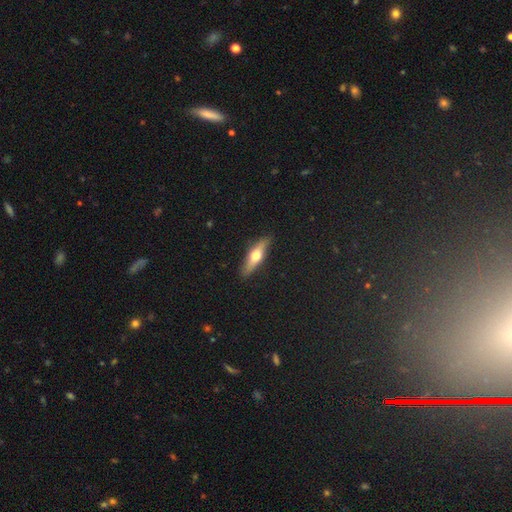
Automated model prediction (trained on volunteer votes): smooth-or-featured: featured or disk: 51% | smooth: 43% | star or artifact: 6%
  disk-edge-on: yes: 90% | no: 10%
  merging: none: 89% | minor disturbance: 9% | major disturbance: 2% | merger: 1%